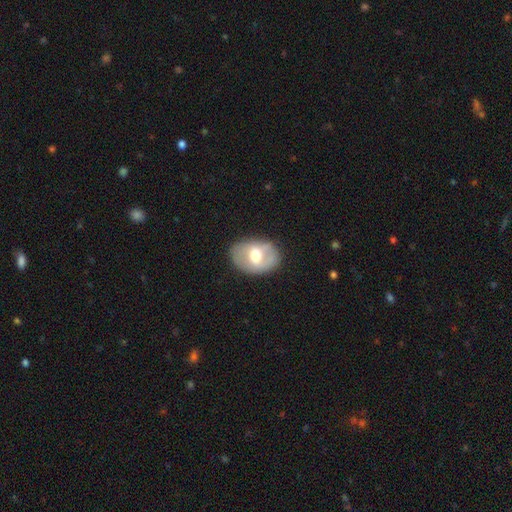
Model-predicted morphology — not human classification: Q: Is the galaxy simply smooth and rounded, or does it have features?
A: smooth — 47%.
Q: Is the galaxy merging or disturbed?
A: none — 78%.